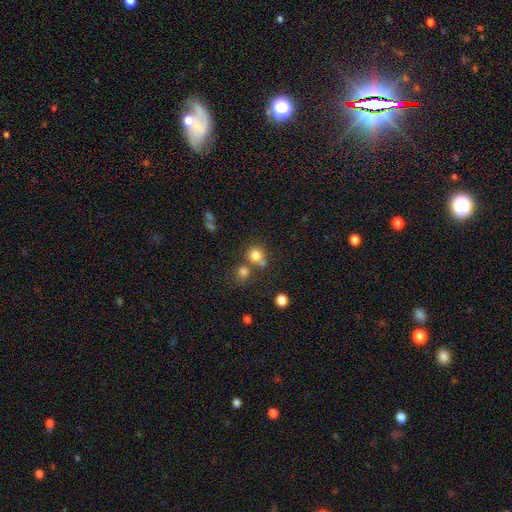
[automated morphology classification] Smooth or featured? Predicted: smooth (p=0.78). How rounded? Predicted: round (p=0.85). Merging? Predicted: none (p=0.56).